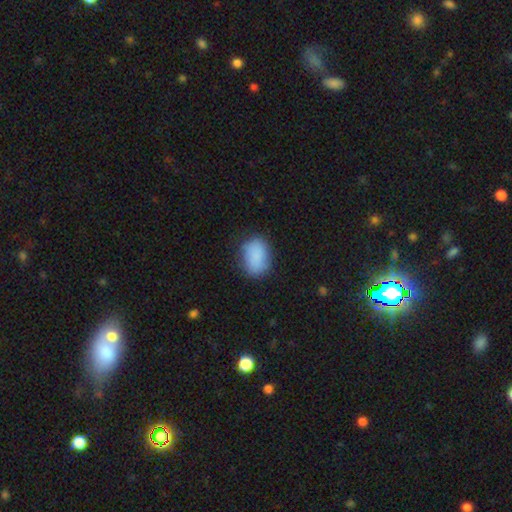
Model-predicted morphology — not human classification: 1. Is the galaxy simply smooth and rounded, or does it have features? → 85% smooth, 8% featured or disk, 7% star or artifact.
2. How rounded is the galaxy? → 75% in between, 24% round, 1% cigar-shaped.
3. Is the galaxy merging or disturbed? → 74% none, 19% minor disturbance, 5% major disturbance, 2% merger.